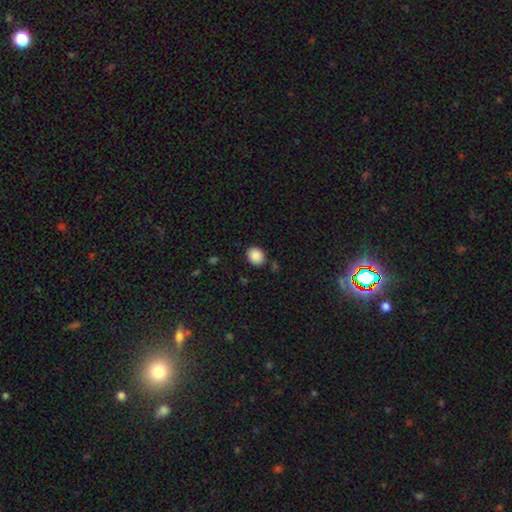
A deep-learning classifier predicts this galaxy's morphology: A smooth galaxy with no disk features (88%) that is round (55%).

Vote fractions:
- Smooth or featured? smooth: 88% / star or artifact: 8% / featured or disk: 3%
- How rounded? round: 55% / in between: 44% / cigar-shaped: 1%
- Merging? none: 83% / minor disturbance: 11% / merger: 3% / major disturbance: 3%